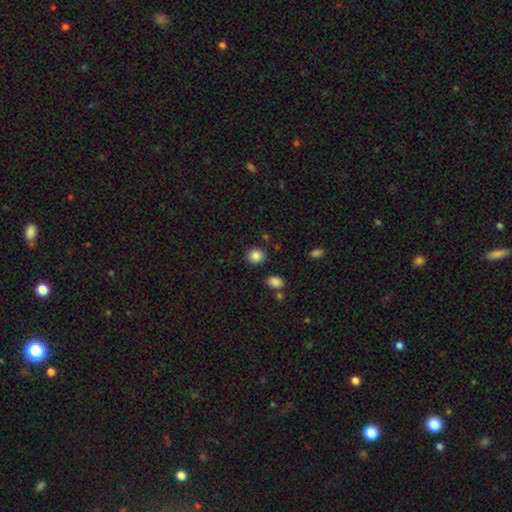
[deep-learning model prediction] A smooth galaxy with no disk features (86%) that is round (80%). Merging: none (86%).